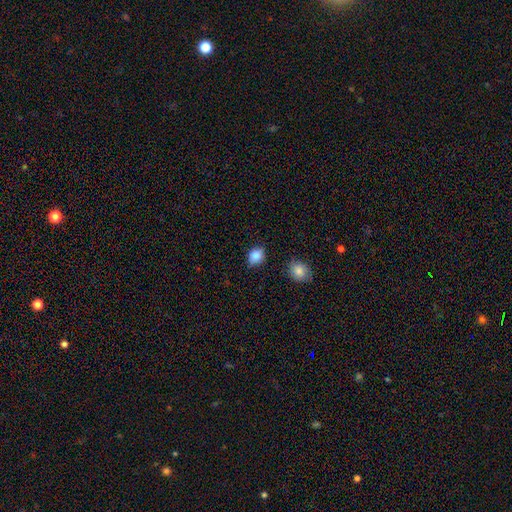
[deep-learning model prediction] Q: Smooth or featured?
A: smooth (84%); runner-up: star or artifact (10%)
Q: How rounded?
A: round (59%); runner-up: in between (39%)
Q: Merging?
A: none (75%); runner-up: minor disturbance (19%)